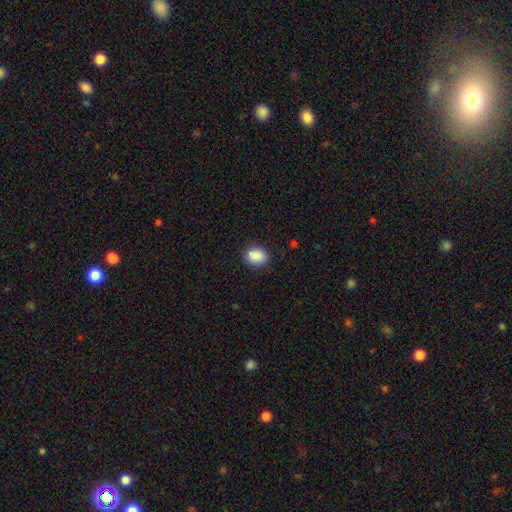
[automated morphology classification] A smooth galaxy with no disk features (89%) that is in between round and cigar-shaped (62%). Merging: none (85%).